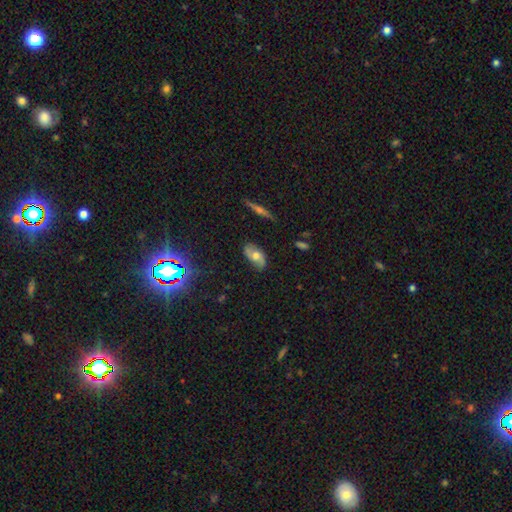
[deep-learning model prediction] Overall: featured or disk (56%; smooth 33%). Edge-on disk: no (88%). Merging: none (74%).